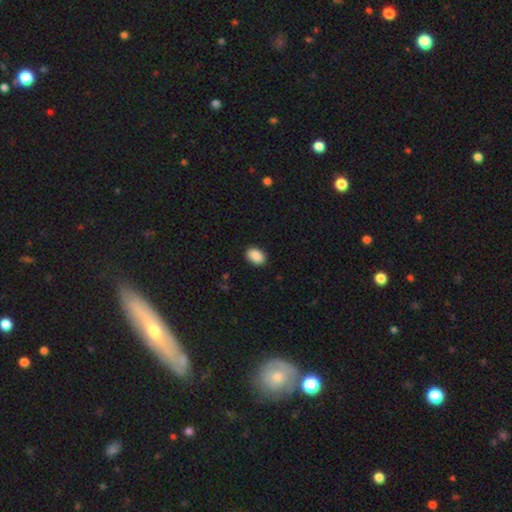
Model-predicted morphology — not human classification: The model was most divided on "how rounded": in between: 84%, round: 15%, cigar-shaped: 1%. More confident: smooth or featured — smooth (90%); merging — none (89%).